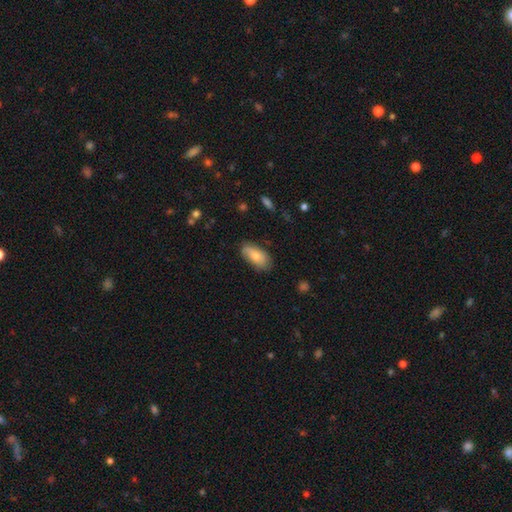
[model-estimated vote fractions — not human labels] Smooth or featured?
  - smooth: 74% *
  - featured or disk: 19%
  - star or artifact: 7%
How rounded?
  - in between: 91% *
  - cigar-shaped: 5%
  - round: 3%
Merging?
  - none: 73% *
  - minor disturbance: 21%
  - major disturbance: 4%
  - merger: 2%